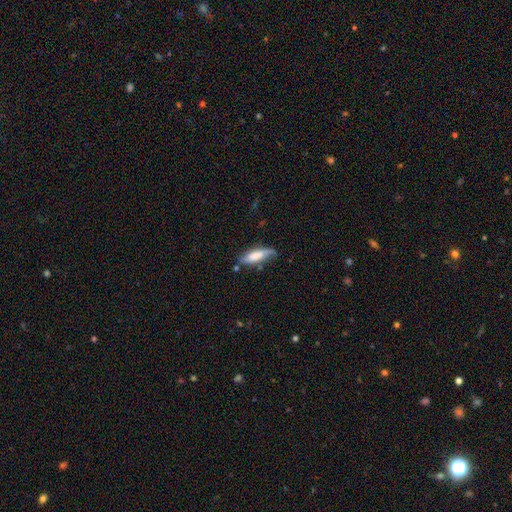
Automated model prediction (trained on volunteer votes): smooth_or_featured: smooth (p=0.60) [alt: featured or disk p=0.33]
how_rounded: in between (p=0.51) [alt: cigar-shaped p=0.47]
merging: none (p=0.55) [alt: minor disturbance p=0.30]